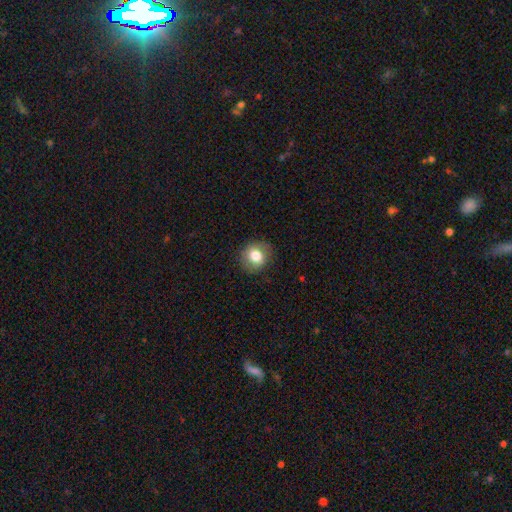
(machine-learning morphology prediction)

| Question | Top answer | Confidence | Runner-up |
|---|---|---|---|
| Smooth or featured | smooth | 78% | featured or disk (13%) |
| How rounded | round | 78% | in between (21%) |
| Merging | none | 84% | minor disturbance (12%) |